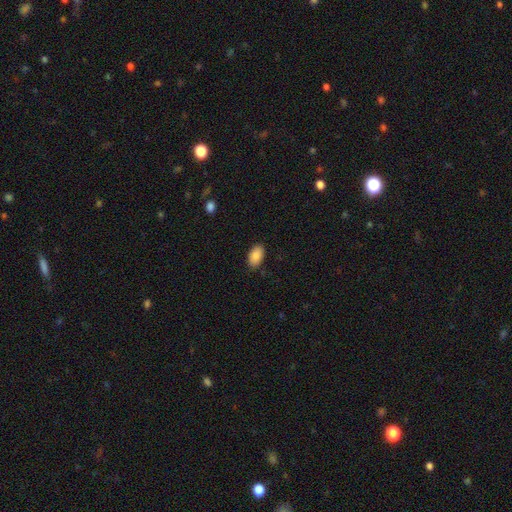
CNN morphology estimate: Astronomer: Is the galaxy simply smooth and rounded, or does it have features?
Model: smooth — 88%.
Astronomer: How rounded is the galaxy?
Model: in between — 93%.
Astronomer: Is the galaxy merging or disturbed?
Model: none — 86%.